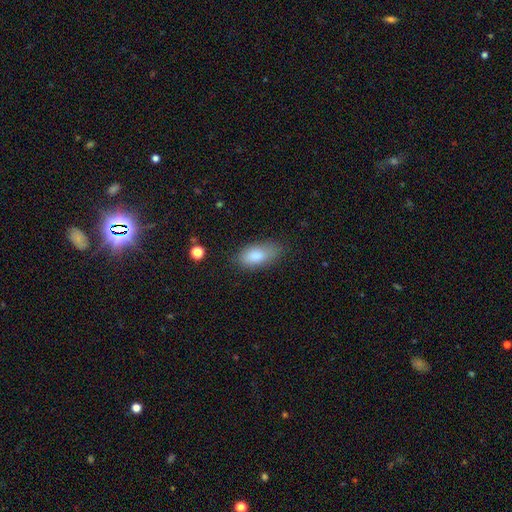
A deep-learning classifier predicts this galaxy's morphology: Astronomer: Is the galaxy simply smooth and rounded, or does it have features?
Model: smooth — 84%.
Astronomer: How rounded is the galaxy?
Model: in between — 88%.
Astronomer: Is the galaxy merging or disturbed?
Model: none — 71%.